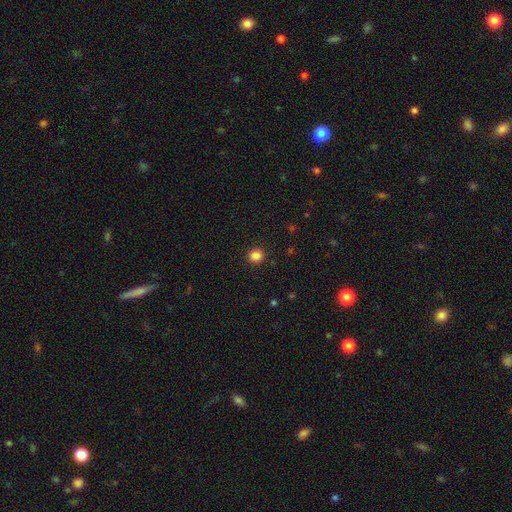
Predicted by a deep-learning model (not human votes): This appears to be a smooth galaxy with no disk features (85%) that is round (88%). Merging: none (91%).